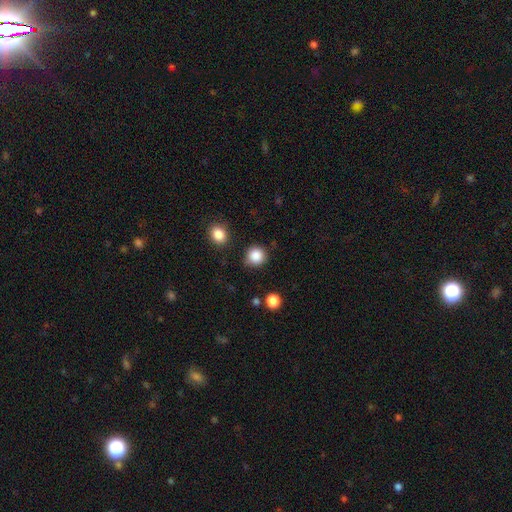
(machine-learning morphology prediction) This is clearly a smooth galaxy (87%). How rounded: clearly round (90%). Merging: clearly none (82%).